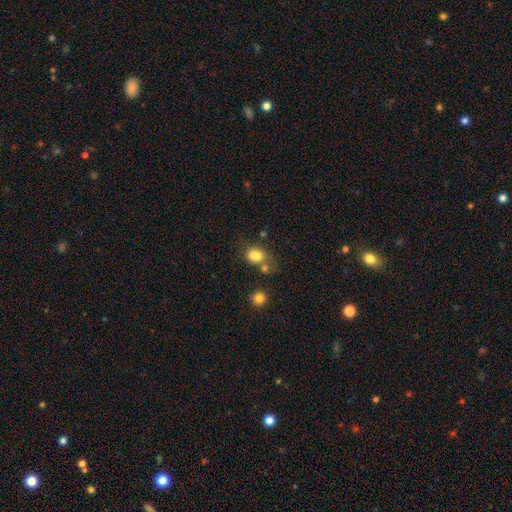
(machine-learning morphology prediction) This appears to be a smooth galaxy with no disk features (78%) that is in between round and cigar-shaped (60%). Merging: none (41%).